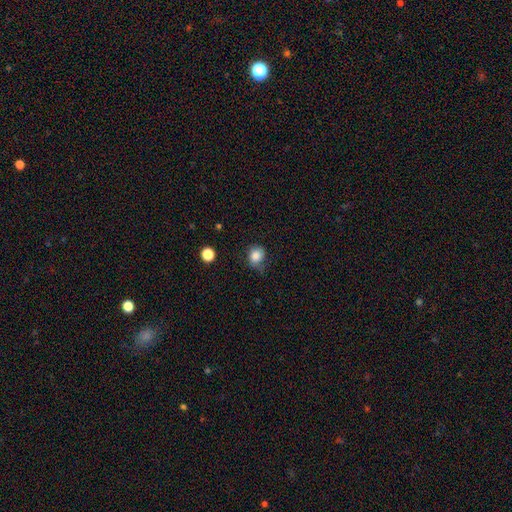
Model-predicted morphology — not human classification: type=smooth (84%); roundness=round (76%); merging=none (58%).